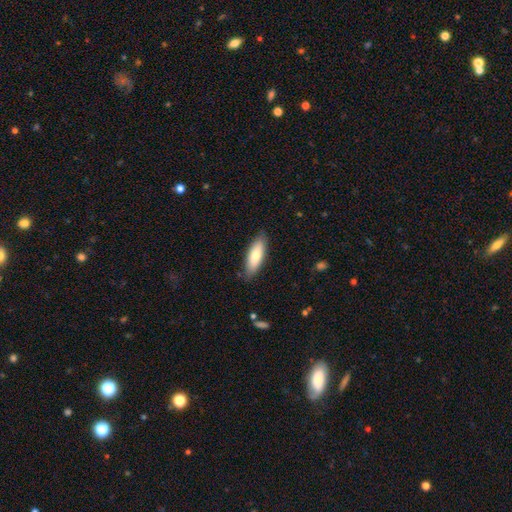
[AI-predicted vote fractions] This appears to be a smooth galaxy with no disk features (74%) that is in between round and cigar-shaped (59%). Merging: none (85%).